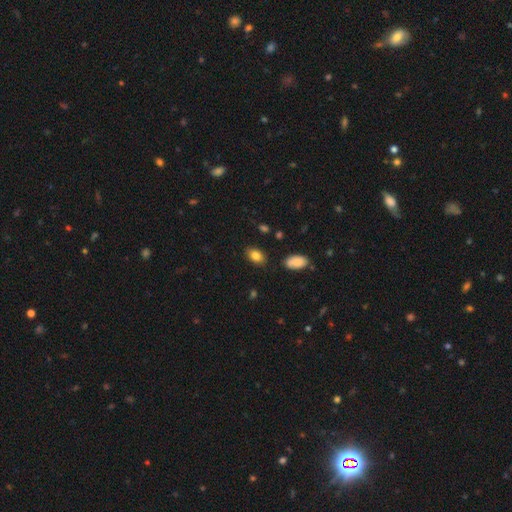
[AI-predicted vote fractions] smooth-or-featured: smooth: 84% | star or artifact: 9% | featured or disk: 7%
  how-rounded: in between: 87% | round: 11% | cigar-shaped: 2%
  merging: none: 85% | minor disturbance: 11% | major disturbance: 2% | merger: 2%